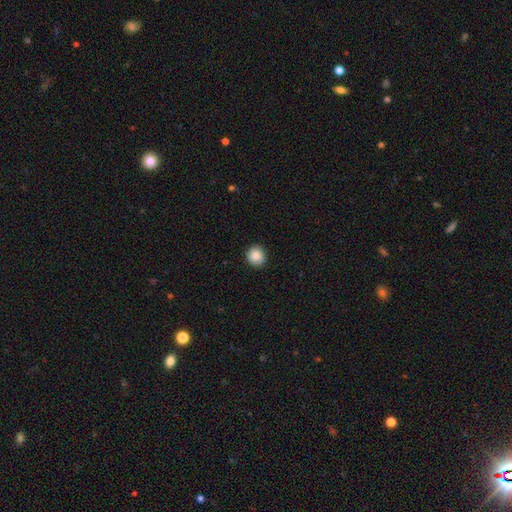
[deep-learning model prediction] smooth_or_featured: smooth (p=0.87) [alt: star or artifact p=0.09]
how_rounded: round (p=0.87) [alt: in between p=0.12]
merging: none (p=0.88) [alt: minor disturbance p=0.09]